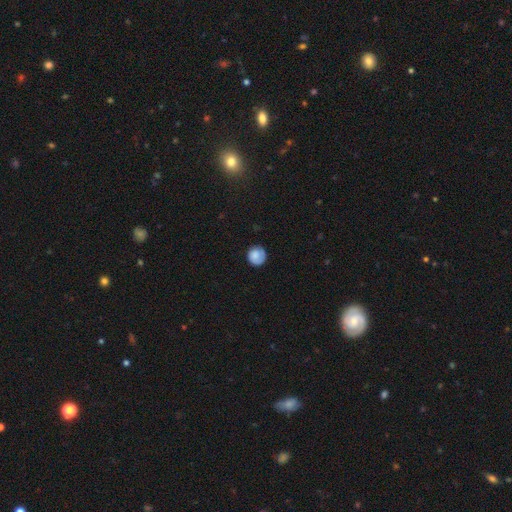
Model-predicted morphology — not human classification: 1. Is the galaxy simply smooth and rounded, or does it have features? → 76% smooth, 17% featured or disk, 7% star or artifact.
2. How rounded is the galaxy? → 90% round, 9% in between, 1% cigar-shaped.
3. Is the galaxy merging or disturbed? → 75% none, 18% minor disturbance, 6% major disturbance, 1% merger.